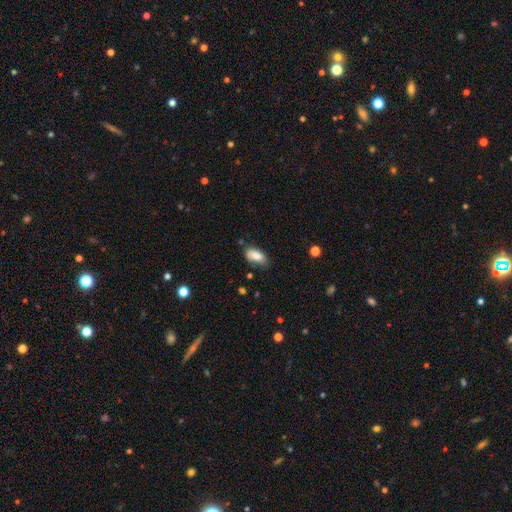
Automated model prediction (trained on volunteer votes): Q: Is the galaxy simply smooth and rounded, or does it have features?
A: smooth — 84%.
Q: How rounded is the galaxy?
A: in between — 91%.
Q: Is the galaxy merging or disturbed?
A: none — 69%.